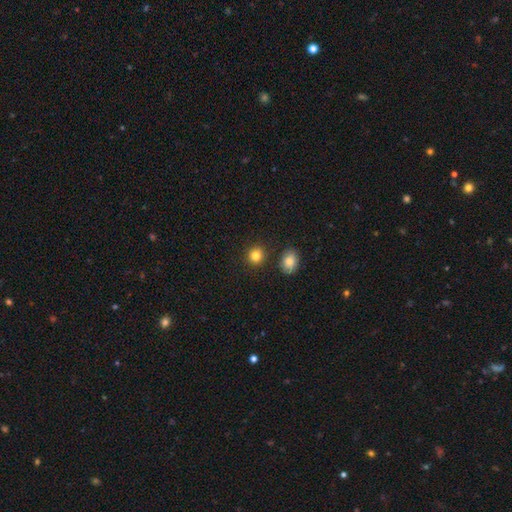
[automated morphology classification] Q: Smooth or featured?
A: smooth (83%); runner-up: star or artifact (11%)
Q: How rounded?
A: round (83%); runner-up: in between (16%)
Q: Merging?
A: none (85%); runner-up: minor disturbance (7%)